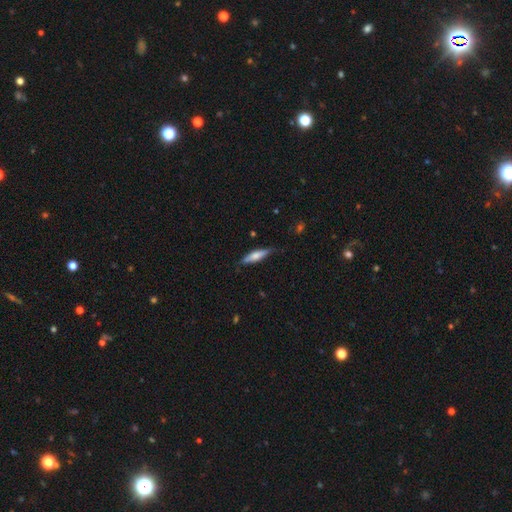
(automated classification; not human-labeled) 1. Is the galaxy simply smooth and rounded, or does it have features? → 55% smooth, 39% featured or disk, 6% star or artifact.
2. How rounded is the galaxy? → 73% cigar-shaped, 25% in between, 2% round.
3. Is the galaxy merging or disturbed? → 79% none, 17% minor disturbance, 3% major disturbance, 1% merger.